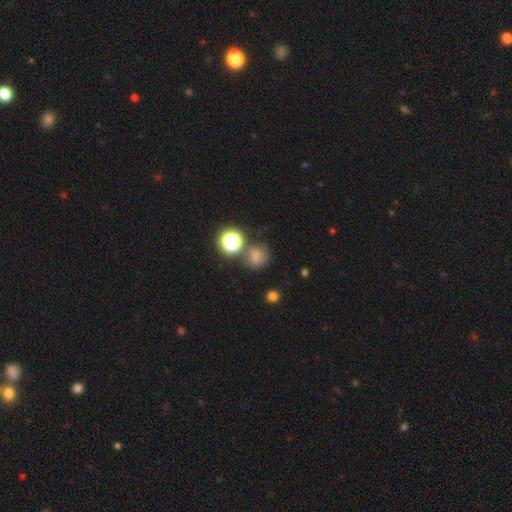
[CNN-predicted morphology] This appears to be a smooth galaxy with no disk features (66%) that is round (80%). Merging: none (62%).